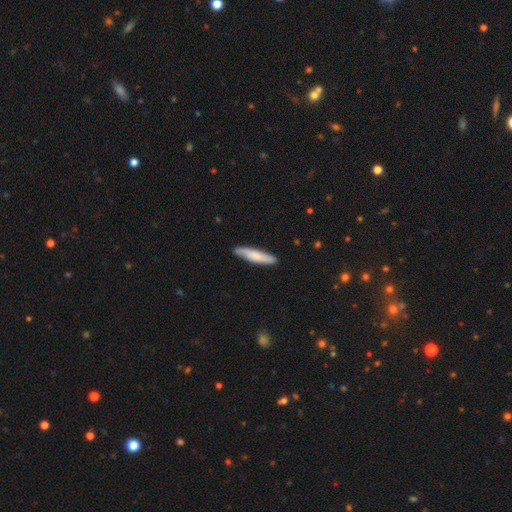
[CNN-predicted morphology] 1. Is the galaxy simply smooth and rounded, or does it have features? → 69% smooth, 25% featured or disk, 5% star or artifact.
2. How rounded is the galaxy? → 83% cigar-shaped, 16% in between, 1% round.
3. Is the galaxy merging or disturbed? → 83% none, 14% minor disturbance, 2% major disturbance, 1% merger.